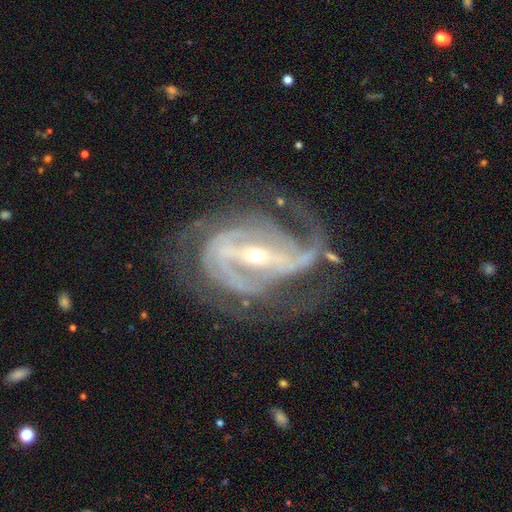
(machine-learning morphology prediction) Overall: featured or disk (91%). Edge-on disk: no (96%). Bar: strong (71%). Spiral arms: yes (97%). Spiral arm count: 2 (36%; 3 24%). Spiral winding: medium (44%; tight 43%). Bulge size: small (69%). Merging: none (60%).